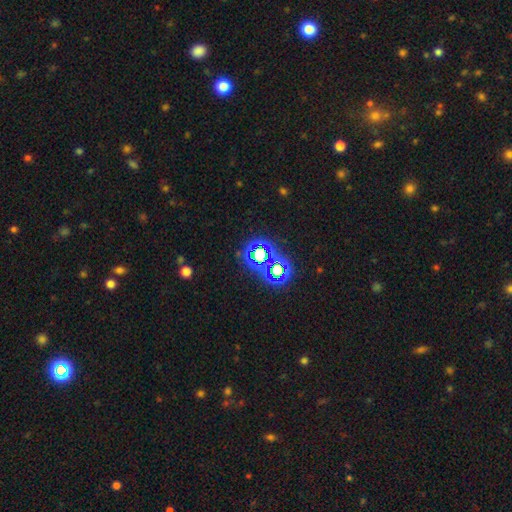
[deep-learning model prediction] A star or artifact, not a galaxy (74%).

Vote fractions:
- Smooth or featured? star or artifact: 74% / smooth: 17% / featured or disk: 9%